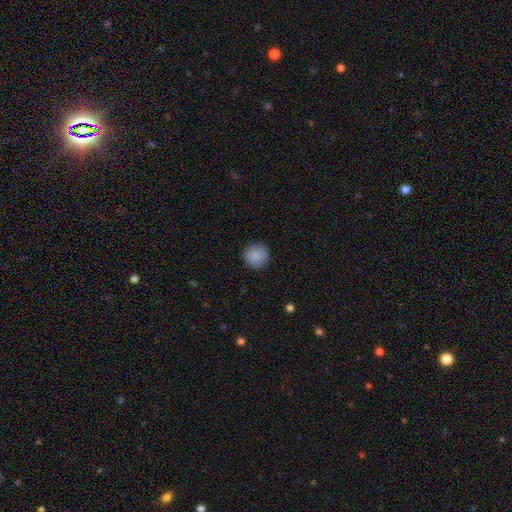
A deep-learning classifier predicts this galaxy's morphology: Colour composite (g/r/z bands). It shows a smooth galaxy with no disk features (89%) that is round (94%). Merging: none (90%).